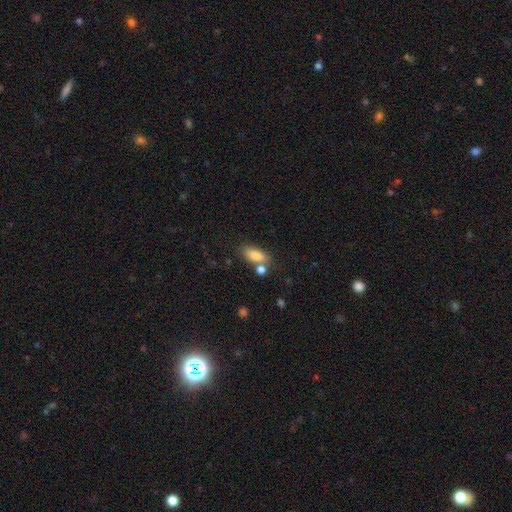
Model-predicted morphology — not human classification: Smooth or featured: smooth — 83% (featured or disk — 9%)
How rounded: in between — 81% (cigar-shaped — 14%)
Merging: none — 64% (merger — 19%)